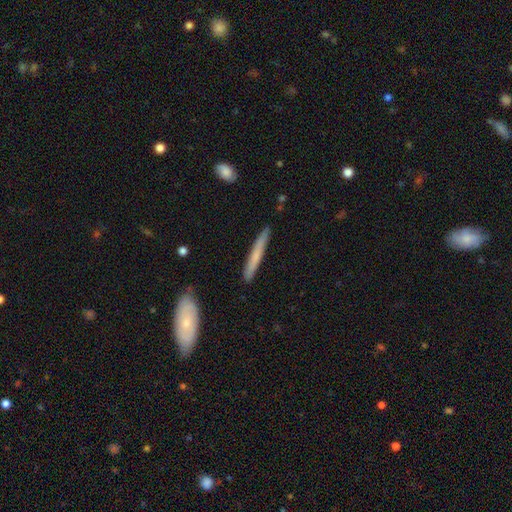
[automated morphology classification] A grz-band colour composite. It shows a smooth galaxy with no disk features (61%) that is cigar-shaped (96%). Merging: none (88%).